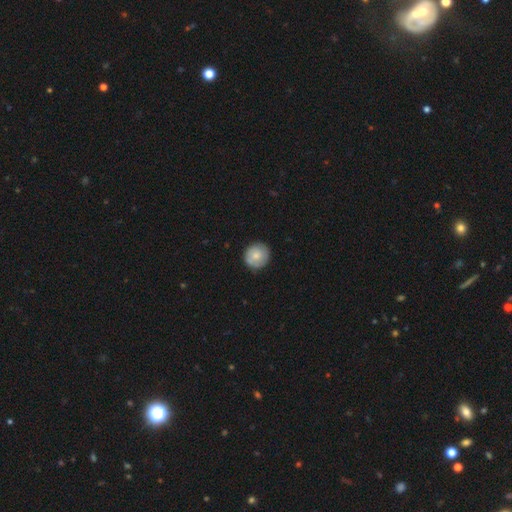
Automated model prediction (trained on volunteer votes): Morphology: type=smooth (76%); roundness=round (93%); merging=none (86%).